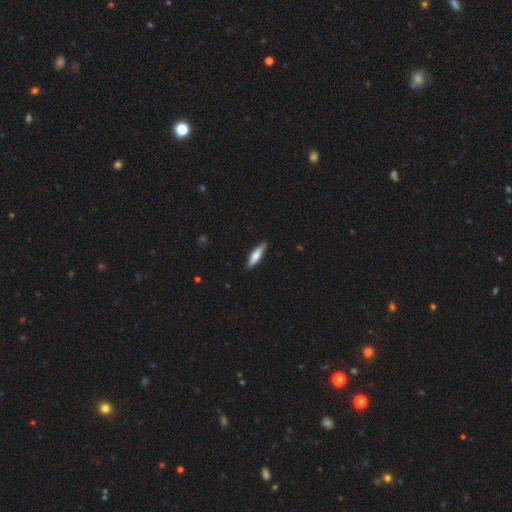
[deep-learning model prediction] smooth_or_featured: smooth (p=0.76) [alt: featured or disk p=0.18]
how_rounded: cigar-shaped (p=0.77) [alt: in between p=0.22]
merging: none (p=0.84) [alt: minor disturbance p=0.13]